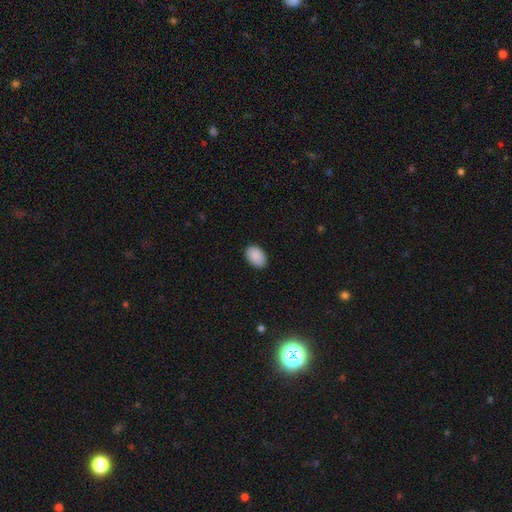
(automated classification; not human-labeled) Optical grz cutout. It shows a smooth galaxy with no disk features (90%) that is in between round and cigar-shaped (85%). Merging: none (87%).